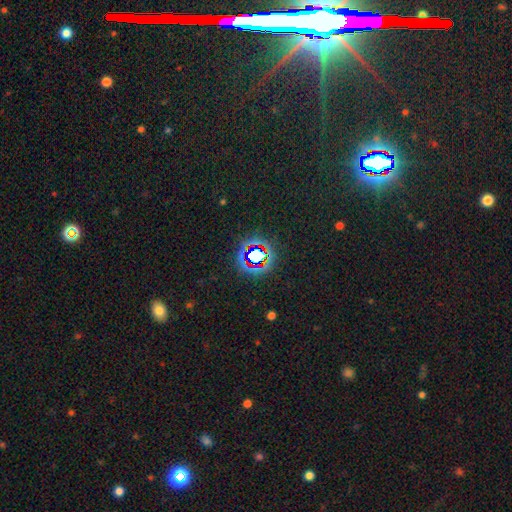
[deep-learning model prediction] Smooth or featured? Predicted: star or artifact (p=0.71).